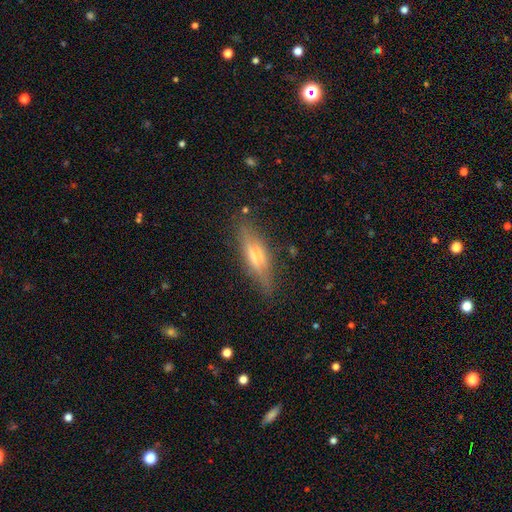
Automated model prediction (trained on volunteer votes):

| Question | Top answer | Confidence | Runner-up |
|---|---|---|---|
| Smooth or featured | featured or disk | 63% | smooth (29%) |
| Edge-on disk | yes | 92% | no (8%) |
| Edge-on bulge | rounded | 77% | boxy (13%) |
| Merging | none | 83% | minor disturbance (12%) |